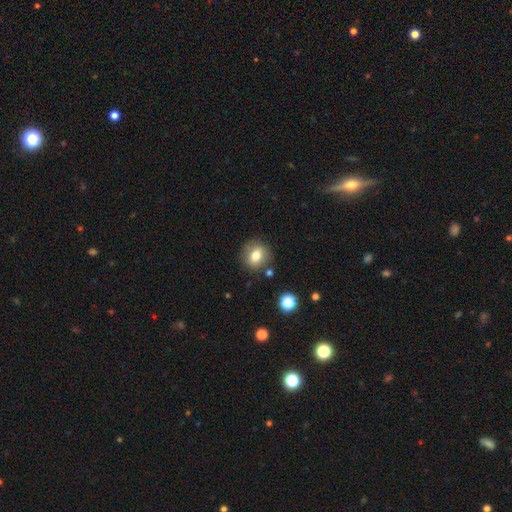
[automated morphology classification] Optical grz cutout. It shows a smooth galaxy with no disk features (76%) that is round (74%). Merging: none (83%).